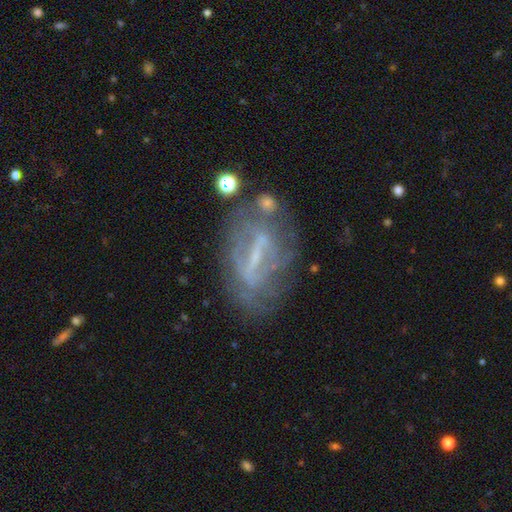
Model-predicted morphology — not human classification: smooth_or_featured: featured or disk (p=0.71) [alt: smooth p=0.16]
disk_edge_on: no (p=0.87) [alt: yes p=0.13]
bar: strong (p=0.52) [alt: weak p=0.31]
has_spiral_arms: yes (p=0.53) [alt: no p=0.47]
bulge_size: small (p=0.46) [alt: none p=0.35]
merging: none (p=0.54) [alt: minor disturbance p=0.21]